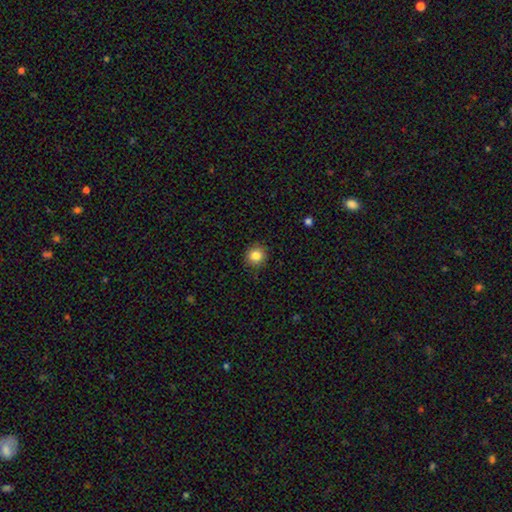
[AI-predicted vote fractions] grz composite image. It shows a smooth galaxy with no disk features (85%) that is round (91%). Merging: none (90%).